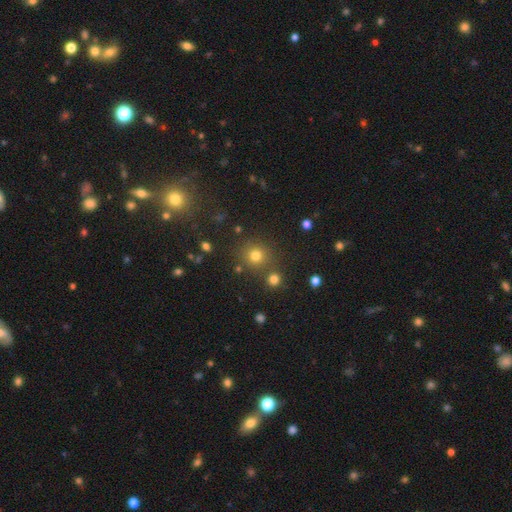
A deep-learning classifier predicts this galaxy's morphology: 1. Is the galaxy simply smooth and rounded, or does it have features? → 74% smooth, 19% star or artifact, 7% featured or disk.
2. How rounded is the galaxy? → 91% round, 8% in between, 1% cigar-shaped.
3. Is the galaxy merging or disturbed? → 79% none, 9% merger, 8% minor disturbance, 3% major disturbance.